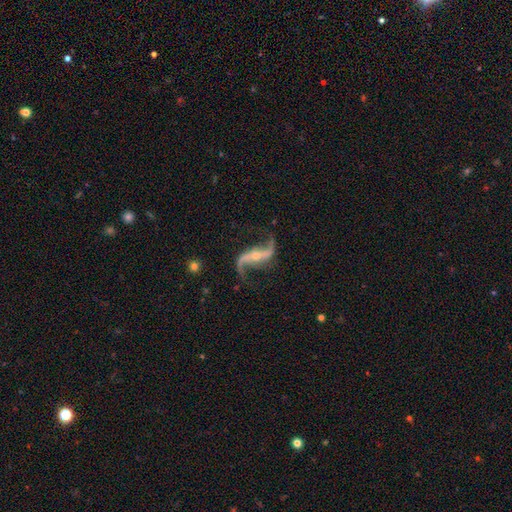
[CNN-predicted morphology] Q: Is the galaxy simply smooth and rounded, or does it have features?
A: featured or disk — 92%.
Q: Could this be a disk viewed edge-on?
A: no — 96%.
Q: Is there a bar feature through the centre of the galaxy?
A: strong — 41%.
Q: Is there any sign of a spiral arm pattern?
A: yes — 97%.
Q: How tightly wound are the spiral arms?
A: loose — 88%.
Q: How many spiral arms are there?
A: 2 — 94%.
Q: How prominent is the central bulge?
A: small — 64%.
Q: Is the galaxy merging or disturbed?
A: none — 78%.